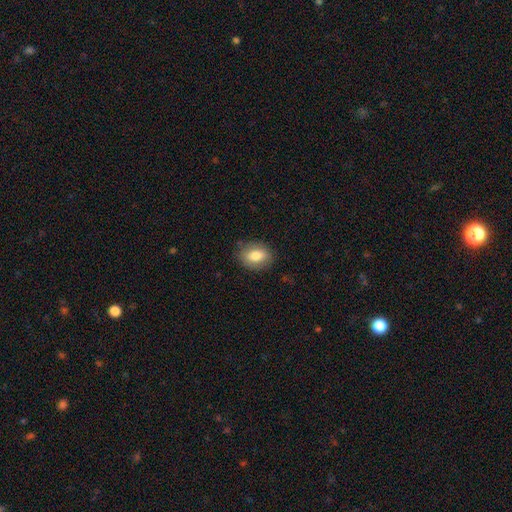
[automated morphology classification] Smooth or featured?
  - smooth: 80% *
  - featured or disk: 12%
  - star or artifact: 8%
How rounded?
  - in between: 66% *
  - round: 32%
  - cigar-shaped: 1%
Merging?
  - none: 83% *
  - minor disturbance: 12%
  - major disturbance: 3%
  - merger: 1%